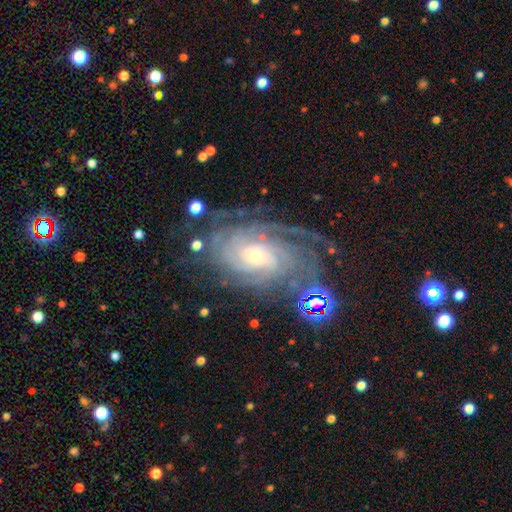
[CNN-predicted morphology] A featured or disk galaxy (88%) with no bar (71%), tight (76%) spiral arms (98%) and a small central bulge (60%).

Vote fractions:
- Smooth or featured? featured or disk: 88% / star or artifact: 6% / smooth: 5%
- Edge-on disk? no: 96% / yes: 4%
- Bar? no: 71% / weak: 22% / strong: 7%
- Spiral arms? yes: 98% / no: 2%
- Spiral winding? tight: 76% / medium: 20% / loose: 4%
- Spiral arm count? can't tell: 29% / 4: 23% / more than 4: 17% / 3: 15% / 2: 10% / 1: 7%
- Bulge size? small: 60% / moderate: 35% / large: 3% / none: 2% / dominant: 1%
- Merging? none: 67% / minor disturbance: 18% / major disturbance: 11% / merger: 4%